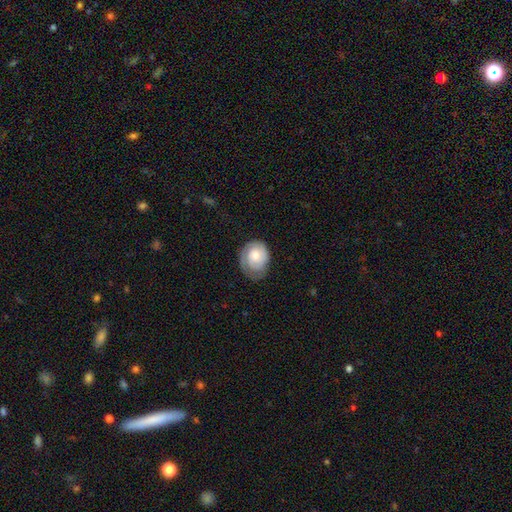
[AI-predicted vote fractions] Overall: featured or disk (56%; smooth 38%). Edge-on disk: no (97%). Bar: no (78%). Spiral arms: yes (84%). Bulge size: moderate (57%; small 31%). Merging: none (59%; minor disturbance 26%).